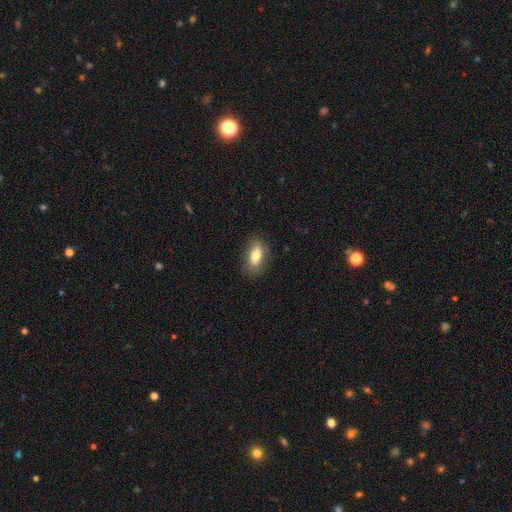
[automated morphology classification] Smooth or featured: smooth — 80% (featured or disk — 13%)
How rounded: in between — 87% (cigar-shaped — 8%)
Merging: none — 84% (minor disturbance — 12%)